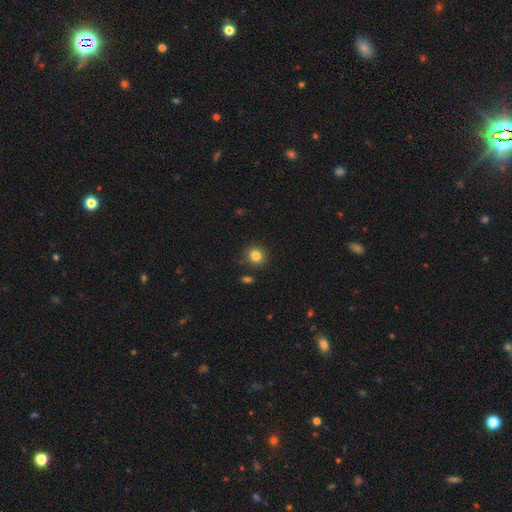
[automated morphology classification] Smooth or featured? Predicted: smooth (p=0.83). How rounded? Predicted: round (p=0.88). Merging? Predicted: none (p=0.86).